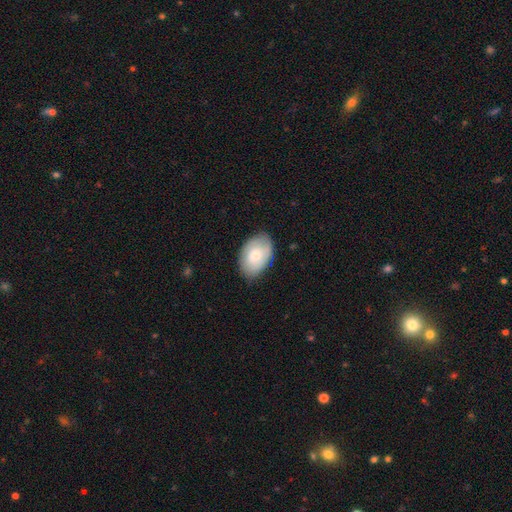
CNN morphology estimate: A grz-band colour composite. It shows a smooth galaxy with no disk features (68%) that is in between round and cigar-shaped (88%). Merging: none (79%).